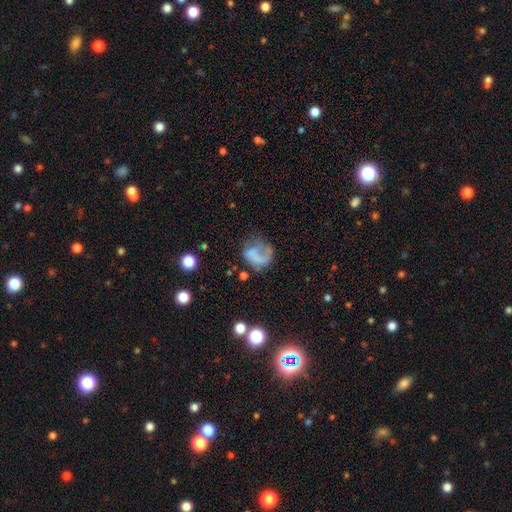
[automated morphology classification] Smooth or featured?
  - smooth: 50% *
  - featured or disk: 39%
  - star or artifact: 11%
Merging?
  - major disturbance: 40% *
  - none: 33%
  - minor disturbance: 21%
  - merger: 5%